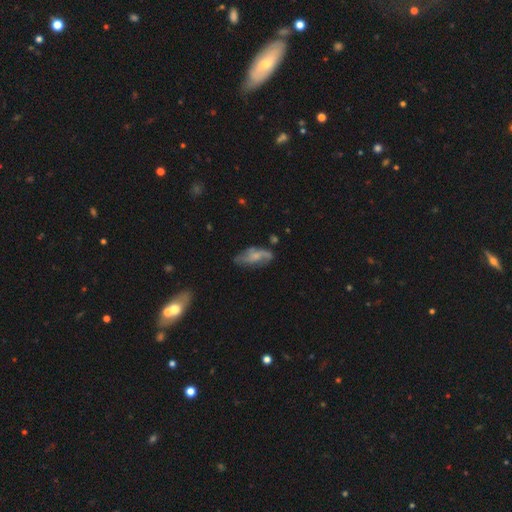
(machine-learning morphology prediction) featured or disk 62%, smooth 31%, star or artifact 8%. Down the decision tree: edge-on disk — no (92%); bar — no (62%); spiral arms — yes (82%); bulge size — small (40%); merging — none (56%).